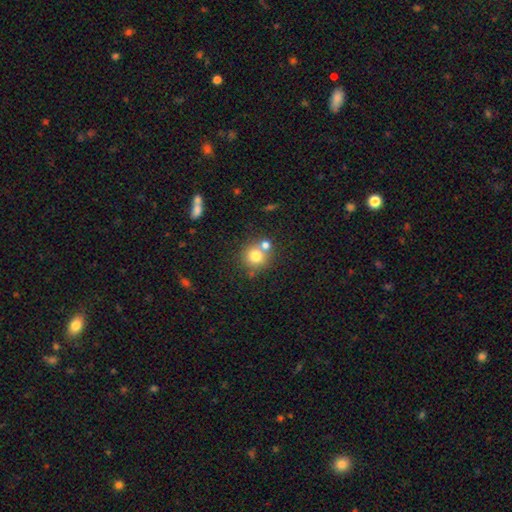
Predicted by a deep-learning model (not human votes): This is likely a smooth galaxy (76%). How rounded: clearly round (90%). Merging: possibly none (59%).